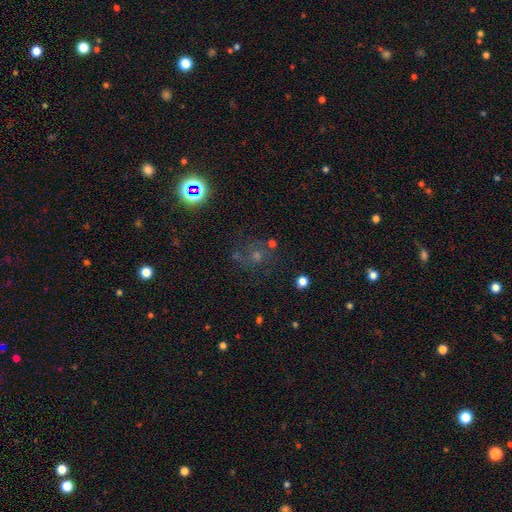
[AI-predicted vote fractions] Smooth or featured?
  - star or artifact: 47% *
  - smooth: 34%
  - featured or disk: 20%